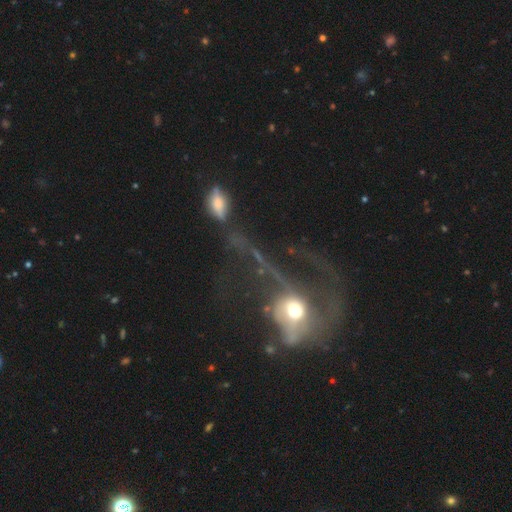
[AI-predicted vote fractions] Overall: featured or disk (60%; smooth 23%). Edge-on disk: no (93%). Bar: no (69%). Spiral arms: yes (53%; no 47%). Bulge size: moderate (59%). Merging: major disturbance (43%; merger 37%).